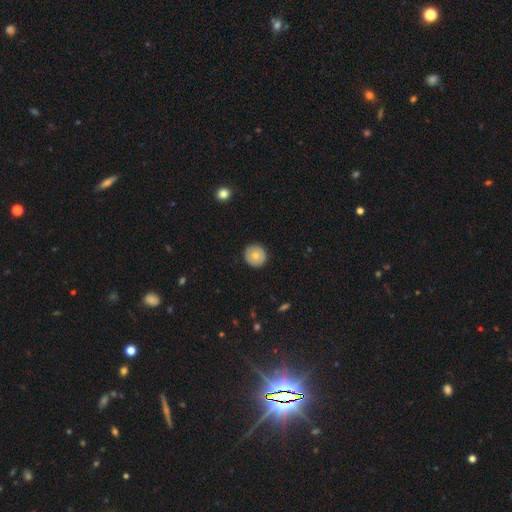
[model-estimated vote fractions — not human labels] Smooth or featured?
  - smooth: 75% *
  - featured or disk: 17%
  - star or artifact: 7%
How rounded?
  - round: 93% *
  - in between: 6%
  - cigar-shaped: 1%
Merging?
  - none: 91% *
  - minor disturbance: 6%
  - major disturbance: 2%
  - merger: 1%